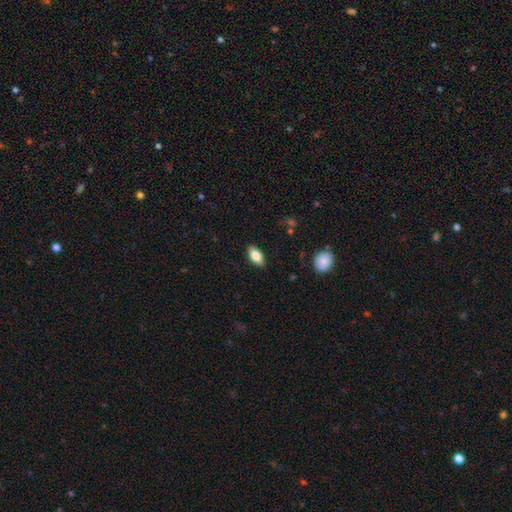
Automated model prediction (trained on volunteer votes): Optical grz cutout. It shows a smooth galaxy with no disk features (78%) that is in between round and cigar-shaped (88%). Merging: none (87%).